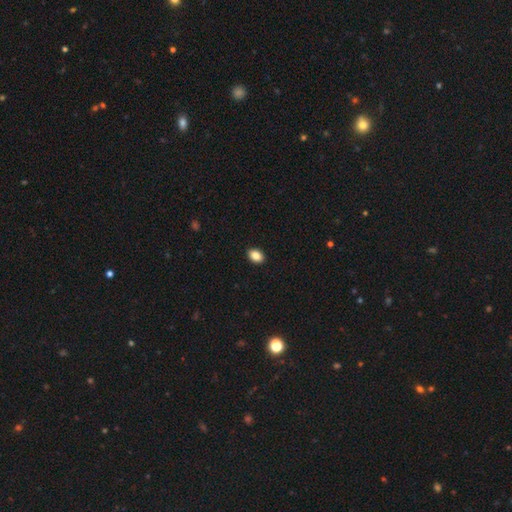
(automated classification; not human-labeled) Smooth or featured?
  - smooth: 87% *
  - star or artifact: 8%
  - featured or disk: 5%
How rounded?
  - in between: 81% *
  - round: 18%
  - cigar-shaped: 1%
Merging?
  - none: 91% *
  - minor disturbance: 6%
  - major disturbance: 2%
  - merger: 1%